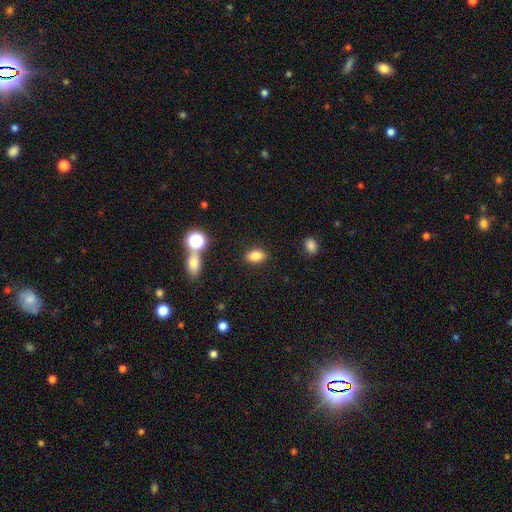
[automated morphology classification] Q: Smooth or featured?
A: smooth (82%); runner-up: star or artifact (11%)
Q: How rounded?
A: in between (86%); runner-up: round (11%)
Q: Merging?
A: none (85%); runner-up: minor disturbance (9%)